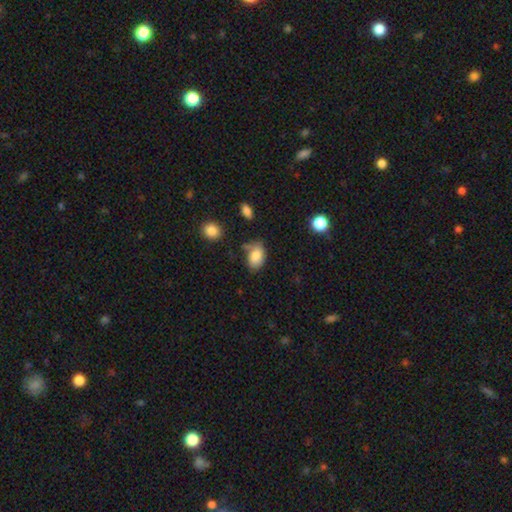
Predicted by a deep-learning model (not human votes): This appears to be a smooth galaxy with no disk features (81%) that is in between round and cigar-shaped (88%). Merging: none (52%).